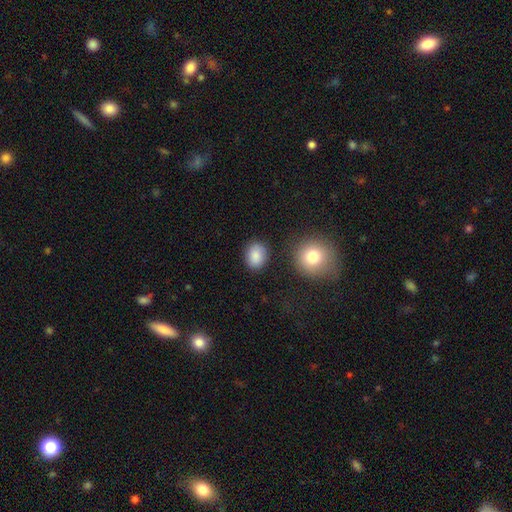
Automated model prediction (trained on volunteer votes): Overall: smooth (87%). How rounded: in between (54%; round 45%). Merging: none (84%).